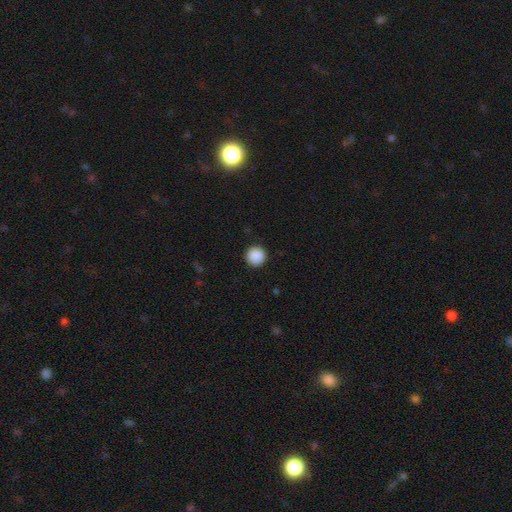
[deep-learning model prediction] This appears to be a smooth galaxy with no disk features (90%) that is round (95%). Merging: none (92%).